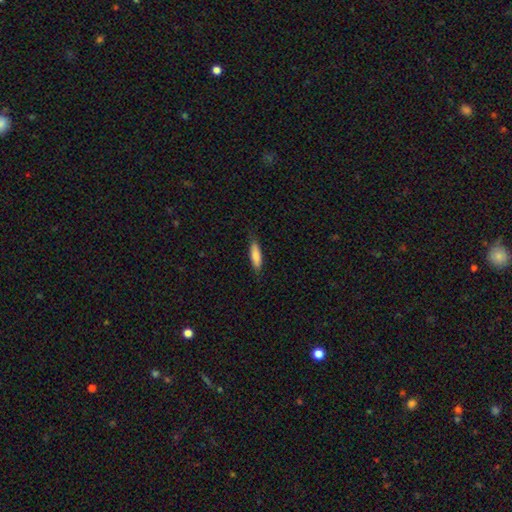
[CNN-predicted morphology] Smooth or featured?
  - smooth: 84% *
  - featured or disk: 10%
  - star or artifact: 6%
How rounded?
  - cigar-shaped: 62% *
  - in between: 37%
  - round: 2%
Merging?
  - none: 83% *
  - minor disturbance: 14%
  - major disturbance: 3%
  - merger: 1%